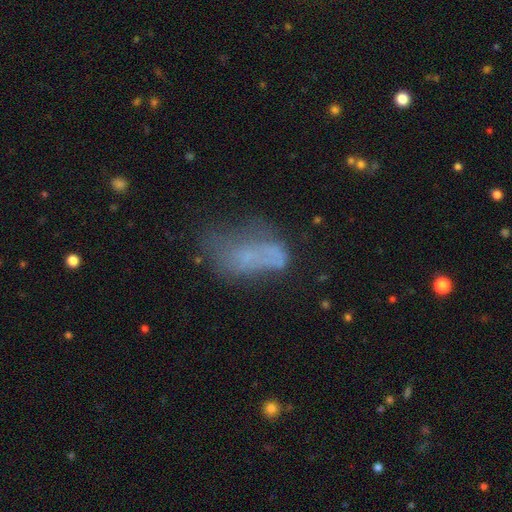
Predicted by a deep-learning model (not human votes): smooth_or_featured: smooth (p=0.49) [alt: featured or disk p=0.34]
merging: major disturbance (p=0.34) [alt: none p=0.29]